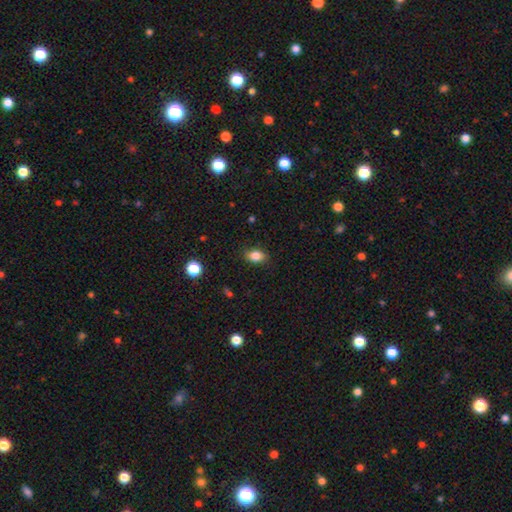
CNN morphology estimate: Overall: smooth (83%). How rounded: in between (79%). Merging: none (86%).